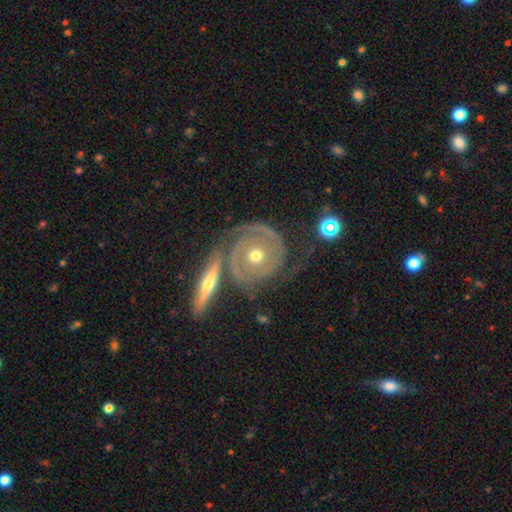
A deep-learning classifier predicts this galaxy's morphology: Q: Smooth or featured?
A: featured or disk (88%); runner-up: smooth (7%)
Q: Edge-on disk?
A: no (95%); runner-up: yes (5%)
Q: Bar?
A: no (75%); runner-up: weak (17%)
Q: Spiral arms?
A: yes (95%); runner-up: no (5%)
Q: Spiral winding?
A: tight (71%); runner-up: medium (23%)
Q: Spiral arm count?
A: 2 (77%); runner-up: can't tell (8%)
Q: Bulge size?
A: moderate (64%); runner-up: small (31%)
Q: Merging?
A: none (59%); runner-up: minor disturbance (17%)